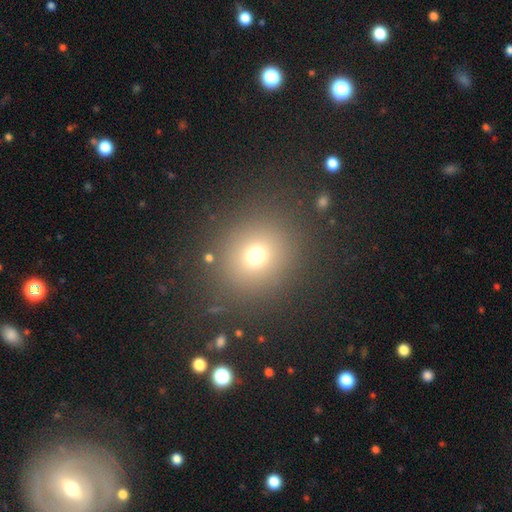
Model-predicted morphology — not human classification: This appears to be a smooth galaxy with no disk features (69%) that is round (86%). Merging: none (86%).